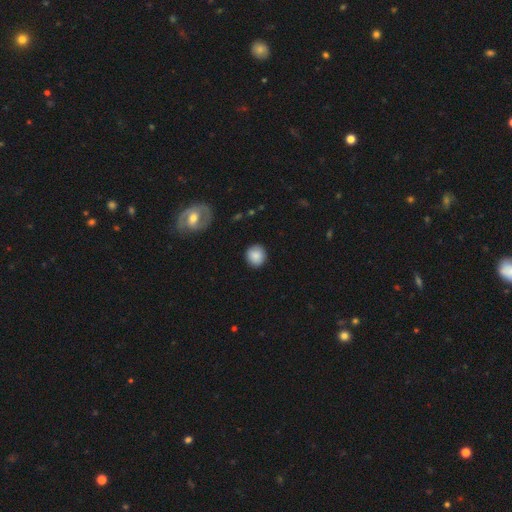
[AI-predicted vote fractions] Smooth or featured: smooth — 86% (star or artifact — 7%)
How rounded: round — 89% (in between — 10%)
Merging: none — 89% (minor disturbance — 7%)